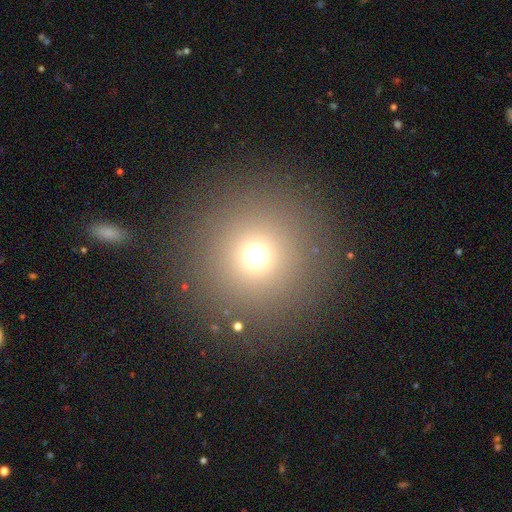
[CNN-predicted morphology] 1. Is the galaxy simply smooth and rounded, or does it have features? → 66% smooth, 27% star or artifact, 7% featured or disk.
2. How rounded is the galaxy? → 95% round, 4% in between, 1% cigar-shaped.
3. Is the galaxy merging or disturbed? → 88% none, 5% minor disturbance, 4% major disturbance, 2% merger.